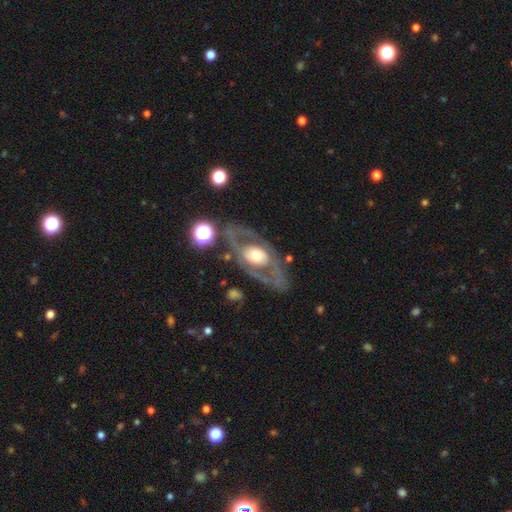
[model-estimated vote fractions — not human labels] Q: Smooth or featured?
A: featured or disk (73%); runner-up: smooth (21%)
Q: Edge-on disk?
A: no (90%); runner-up: yes (10%)
Q: Bar?
A: no (76%); runner-up: weak (16%)
Q: Spiral arms?
A: no (59%); runner-up: yes (41%)
Q: Bulge size?
A: moderate (54%); runner-up: large (32%)
Q: Merging?
A: none (69%); runner-up: minor disturbance (15%)